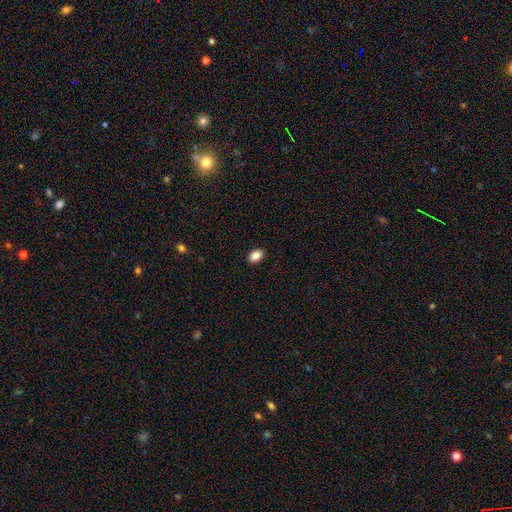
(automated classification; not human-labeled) A smooth galaxy with no disk features (87%) that is in between round and cigar-shaped (84%). Merging: none (90%).